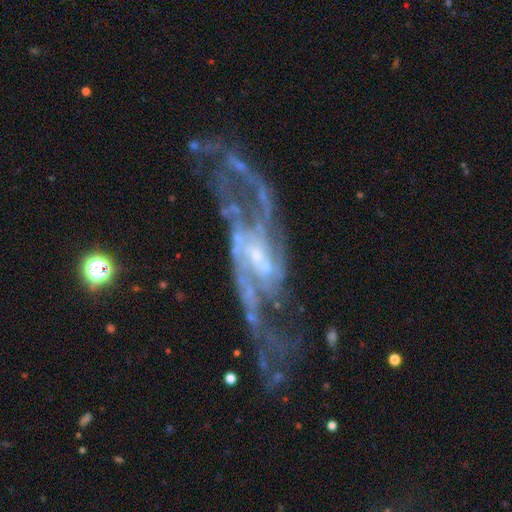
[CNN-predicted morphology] A featured or disk galaxy (89%) with no bar (44%), 2 (71%) medium (45%) spiral arms (95%) and a small central bulge (65%).

Vote fractions:
- Smooth or featured? featured or disk: 89% / star or artifact: 7% / smooth: 4%
- Edge-on disk? no: 93% / yes: 7%
- Bar? no: 44% / weak: 41% / strong: 16%
- Spiral arms? yes: 95% / no: 5%
- Spiral winding? medium: 45% / loose: 39% / tight: 16%
- Spiral arm count? 2: 71% / can't tell: 11% / 3: 7% / 1: 4% / 4: 4% / more than 4: 4%
- Bulge size? small: 65% / moderate: 23% / none: 9% / large: 2% / dominant: 1%
- Merging? none: 54% / major disturbance: 22% / minor disturbance: 18% / merger: 6%